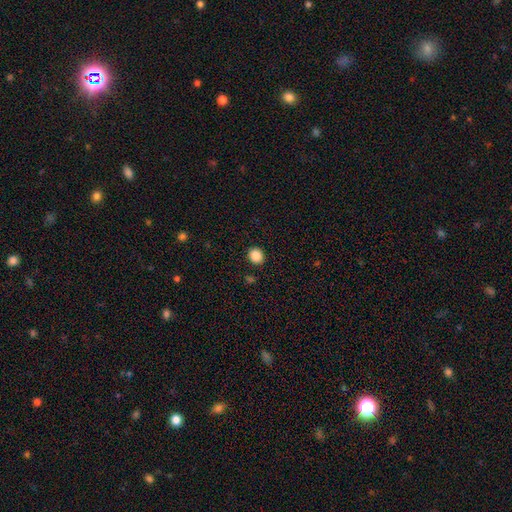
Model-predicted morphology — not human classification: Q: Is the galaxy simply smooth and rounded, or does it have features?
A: smooth — 87%.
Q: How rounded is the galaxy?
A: round — 76%.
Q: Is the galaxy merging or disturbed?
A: none — 90%.